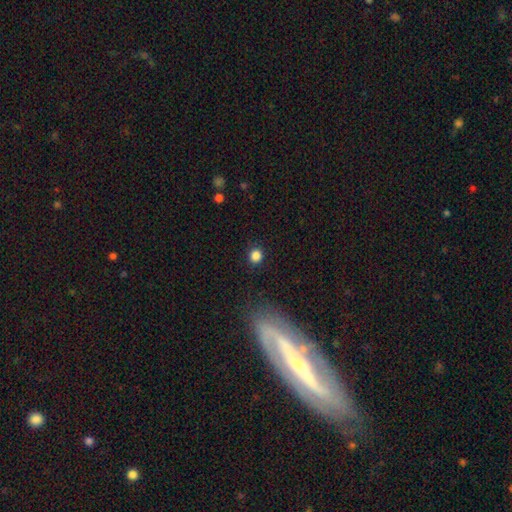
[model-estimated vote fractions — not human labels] This appears to be a smooth galaxy with no disk features (84%) that is round (87%). Merging: none (90%).